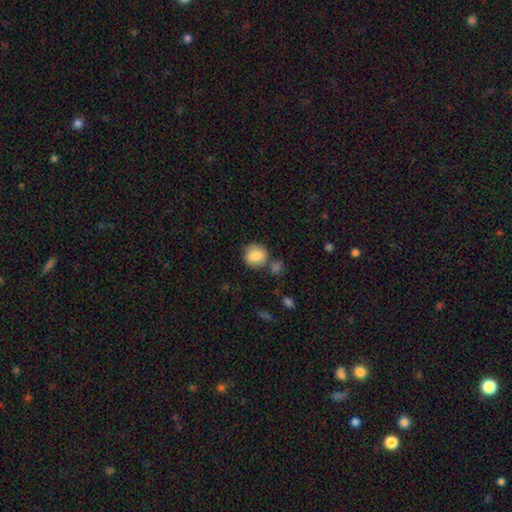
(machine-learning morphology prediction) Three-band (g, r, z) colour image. It shows a smooth galaxy with no disk features (84%) that is round (84%). Merging: none (67%).